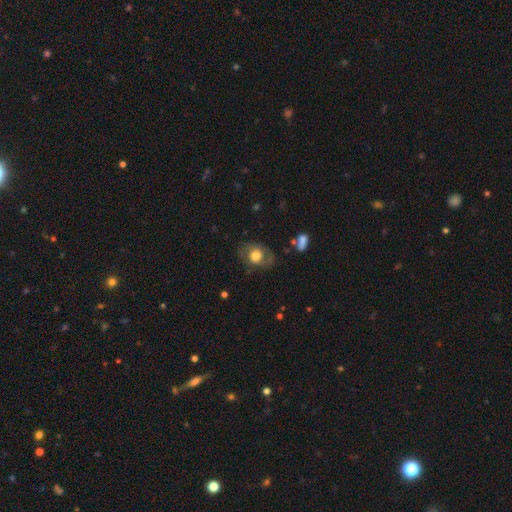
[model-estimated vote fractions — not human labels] smooth-or-featured: smooth: 58% | featured or disk: 34% | star or artifact: 8%
  how-rounded: in between: 54% | round: 45% | cigar-shaped: 1%
  merging: none: 72% | minor disturbance: 18% | major disturbance: 9% | merger: 2%